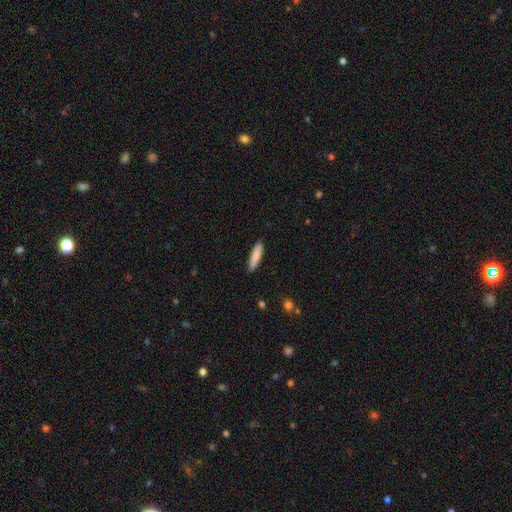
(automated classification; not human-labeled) A smooth galaxy with no disk features (85%) that is cigar-shaped (77%).

Vote fractions:
- Smooth or featured? smooth: 85% / featured or disk: 9% / star or artifact: 6%
- How rounded? cigar-shaped: 77% / in between: 22% / round: 1%
- Merging? none: 89% / minor disturbance: 8% / major disturbance: 2% / merger: 1%